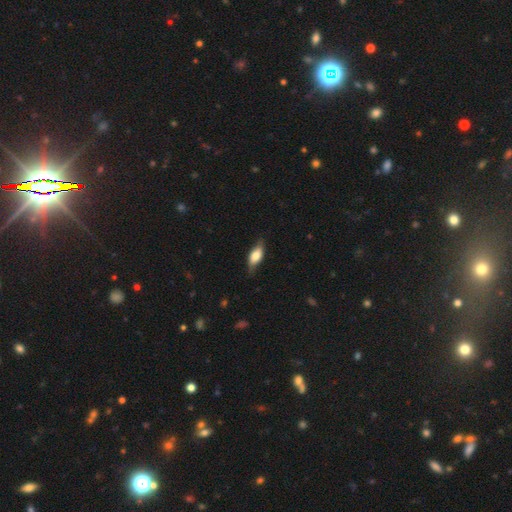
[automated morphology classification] Smooth or featured? smooth (66%)
How rounded? in between (79%)
Merging? none (70%)